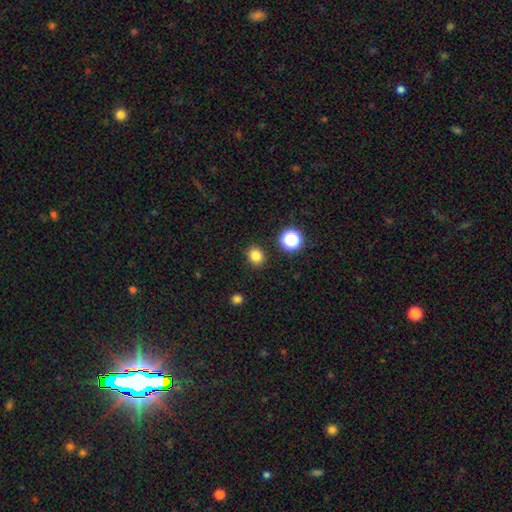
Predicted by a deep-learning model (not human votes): Smooth or featured? smooth (82%)
How rounded? round (70%)
Merging? none (89%)